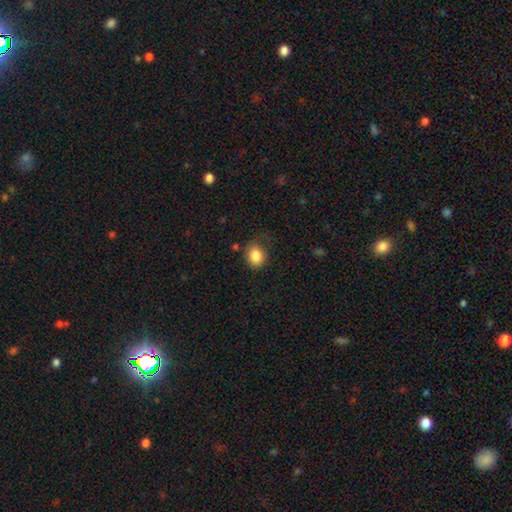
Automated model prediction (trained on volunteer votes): Overall: smooth (85%). How rounded: round (59%; in between 40%). Merging: none (71%).